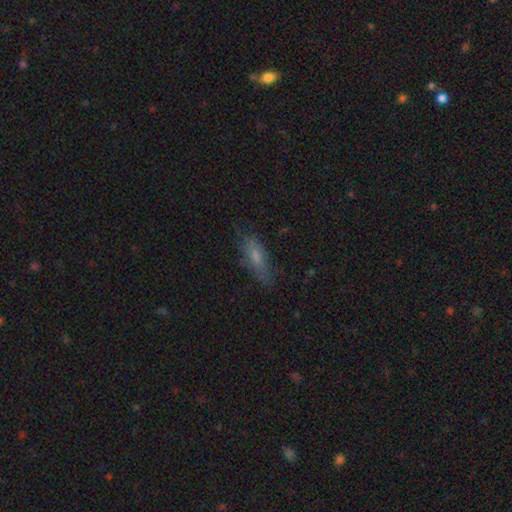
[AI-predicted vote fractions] smooth 58%, featured or disk 30%, star or artifact 12%. Down the decision tree: how rounded — cigar-shaped (51%); merging — none (71%).